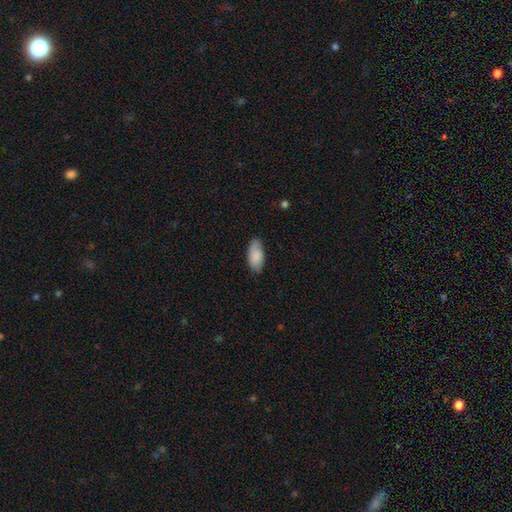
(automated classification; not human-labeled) smooth-or-featured: smooth: 85% | featured or disk: 9% | star or artifact: 6%
  how-rounded: in between: 90% | cigar-shaped: 8% | round: 2%
  merging: none: 77% | minor disturbance: 19% | major disturbance: 3% | merger: 1%